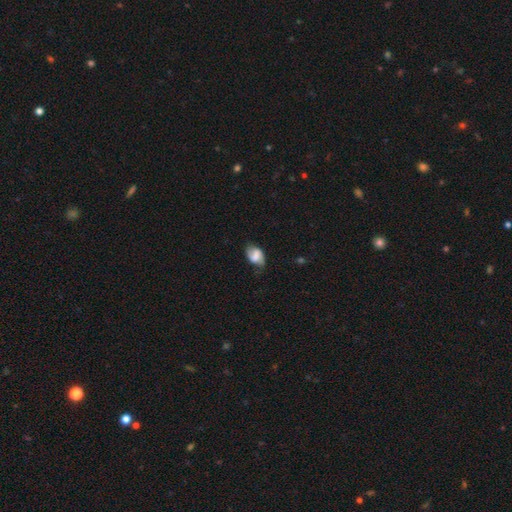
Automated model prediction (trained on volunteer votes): smooth-or-featured: smooth: 60% | featured or disk: 31% | star or artifact: 9%
  how-rounded: in between: 83% | round: 15% | cigar-shaped: 2%
  merging: none: 60% | minor disturbance: 29% | major disturbance: 9% | merger: 2%